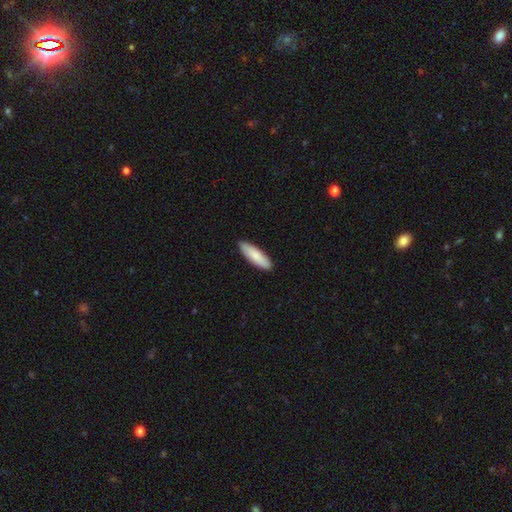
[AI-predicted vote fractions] This appears to be a smooth galaxy with no disk features (86%) that is cigar-shaped (54%). Merging: none (89%).